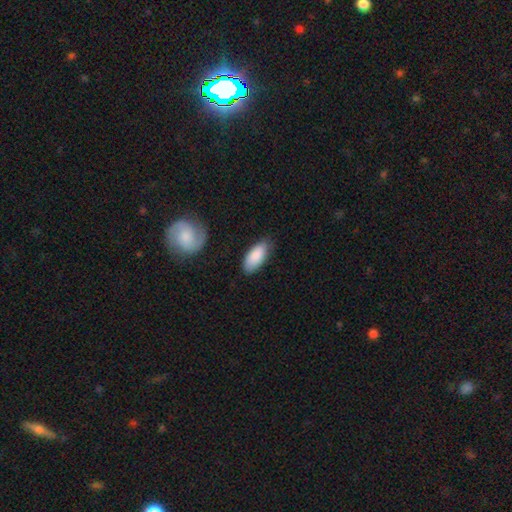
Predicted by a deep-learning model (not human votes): Smooth or featured? Predicted: smooth (p=0.87). How rounded? Predicted: in between (p=0.88). Merging? Predicted: none (p=0.77).